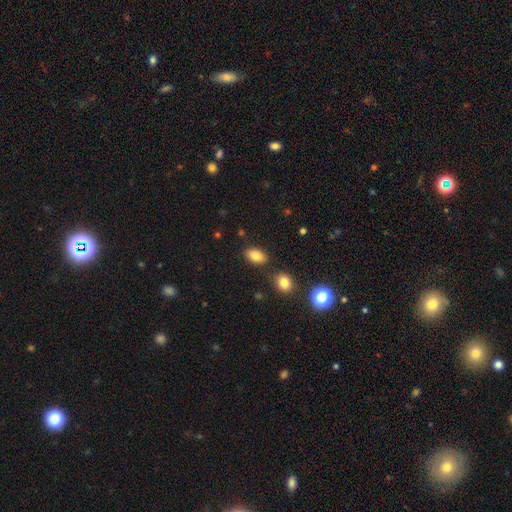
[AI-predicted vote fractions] The model was most divided on "merging": none: 81%, minor disturbance: 11%, merger: 6%, major disturbance: 3%. More confident: how rounded — in between (89%); smooth or featured — smooth (84%).